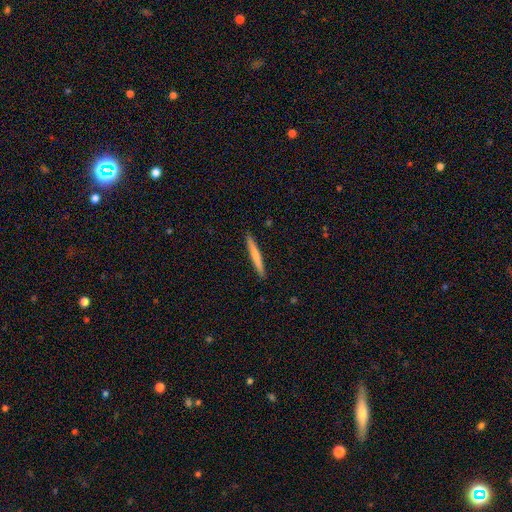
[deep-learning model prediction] Morphology: type=smooth (67%); roundness=cigar-shaped (96%); merging=none (91%).